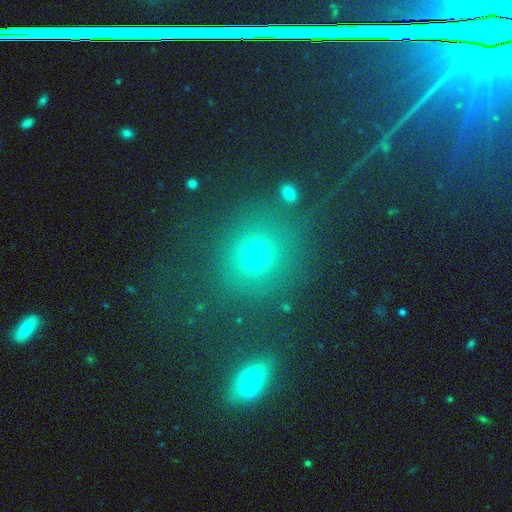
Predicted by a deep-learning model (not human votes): Morphology: type=smooth (58%); roundness=round (82%); merging=none (78%).